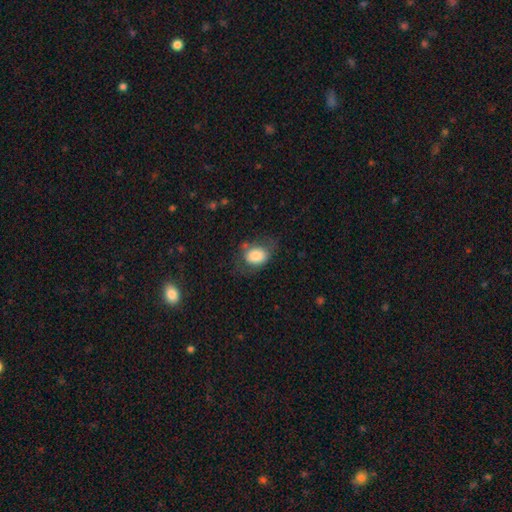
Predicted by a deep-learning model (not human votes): smooth_or_featured: smooth (p=0.80) [alt: featured or disk p=0.12]
how_rounded: in between (p=0.64) [alt: round p=0.35]
merging: none (p=0.56) [alt: minor disturbance p=0.26]